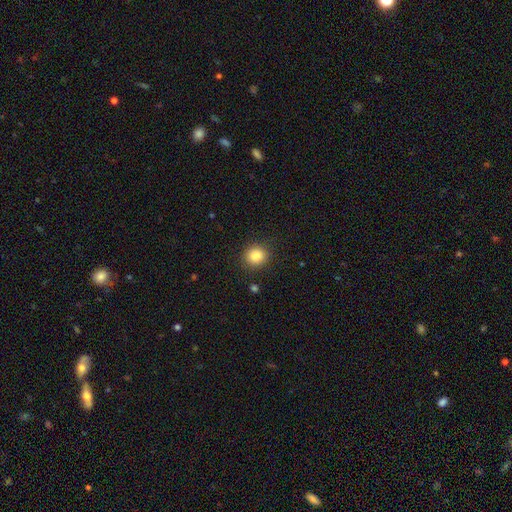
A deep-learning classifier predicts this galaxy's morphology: Smooth or featured? smooth (86%)
How rounded? round (84%)
Merging? none (88%)